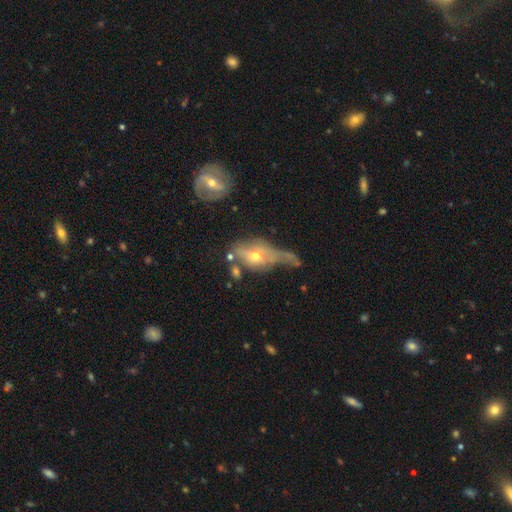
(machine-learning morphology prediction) Q: Smooth or featured?
A: featured or disk (51%); runner-up: smooth (38%)
Q: Edge-on disk?
A: no (58%); runner-up: yes (42%)
Q: Merging?
A: major disturbance (37%); runner-up: none (24%)